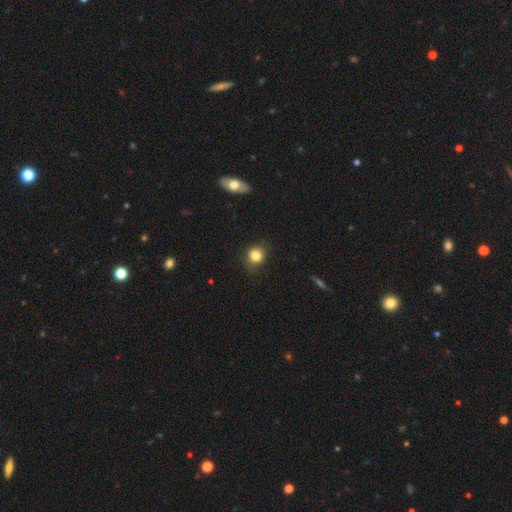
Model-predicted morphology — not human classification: The model was most divided on "how rounded": round: 78%, in between: 21%, cigar-shaped: 1%. More confident: smooth or featured — smooth (83%); merging — none (77%).